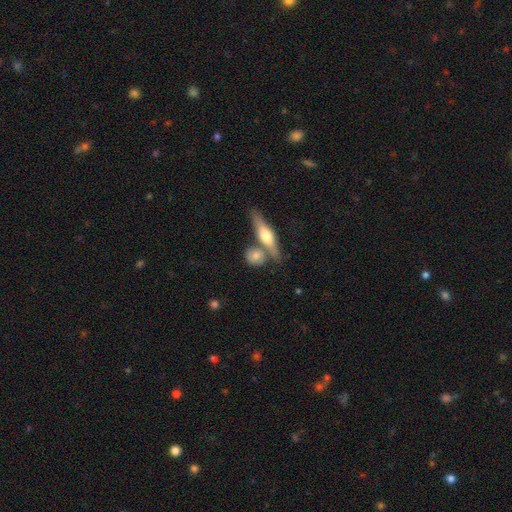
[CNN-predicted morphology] A smooth galaxy with no disk features (66%) that is round (57%). Merging: none (59%).